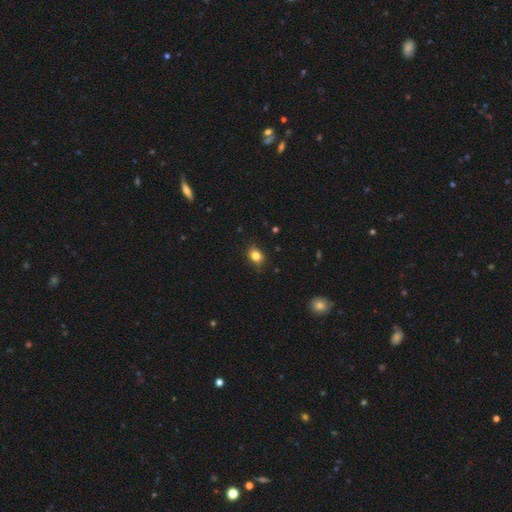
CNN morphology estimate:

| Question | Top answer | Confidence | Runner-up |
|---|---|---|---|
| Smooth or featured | smooth | 82% | star or artifact (11%) |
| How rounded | in between | 53% | round (45%) |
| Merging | none | 77% | minor disturbance (18%) |